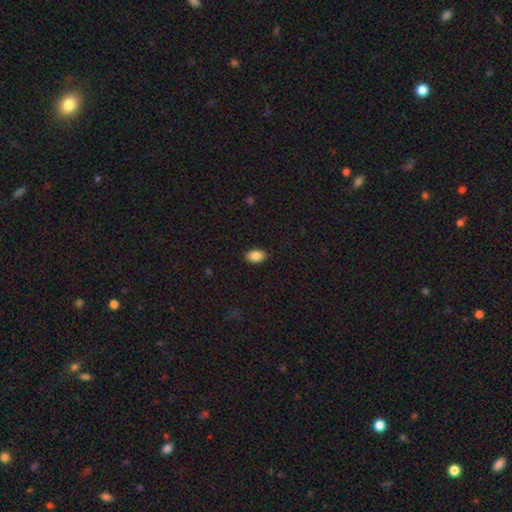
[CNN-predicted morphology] type=smooth (88%); roundness=in between (89%); merging=none (89%).